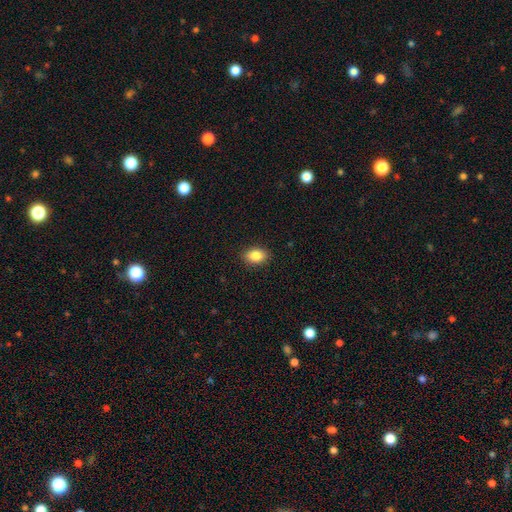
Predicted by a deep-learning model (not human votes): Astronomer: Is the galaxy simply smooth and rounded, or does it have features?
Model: smooth — 85%.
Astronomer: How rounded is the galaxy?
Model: in between — 78%.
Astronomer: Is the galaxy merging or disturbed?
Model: none — 89%.